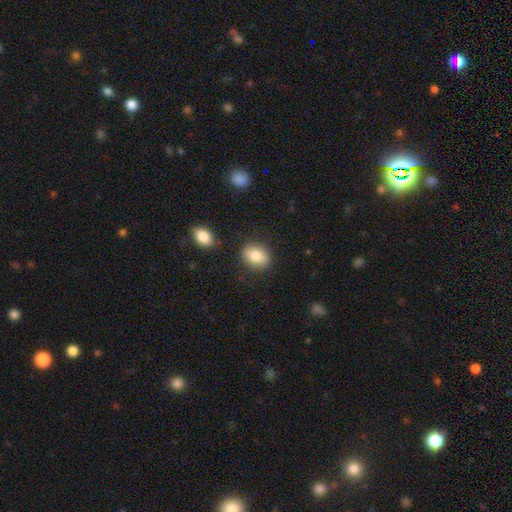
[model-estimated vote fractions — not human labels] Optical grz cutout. It shows a smooth galaxy with no disk features (84%) that is in between round and cigar-shaped (63%). Merging: none (85%).